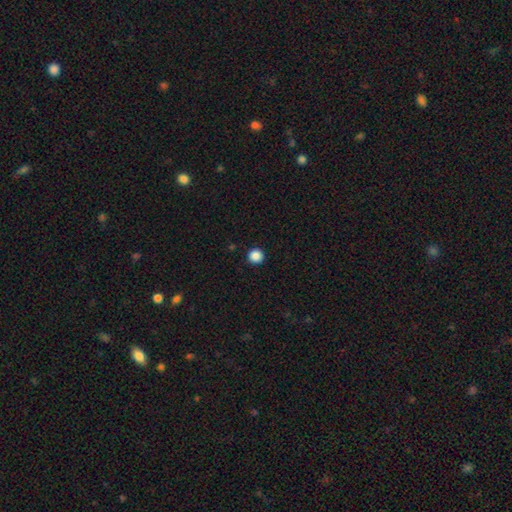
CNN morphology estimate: Smooth or featured? Predicted: smooth (p=0.87). How rounded? Predicted: round (p=0.96). Merging? Predicted: none (p=0.93).